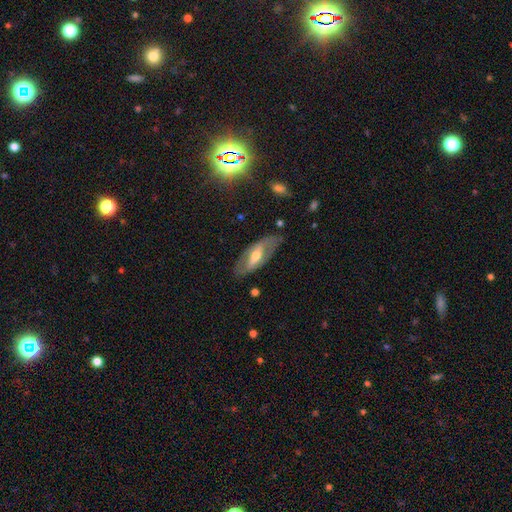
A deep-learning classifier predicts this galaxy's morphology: Q: Smooth or featured?
A: featured or disk (64%); runner-up: smooth (31%)
Q: Edge-on disk?
A: no (78%); runner-up: yes (22%)
Q: Merging?
A: none (75%); runner-up: minor disturbance (17%)